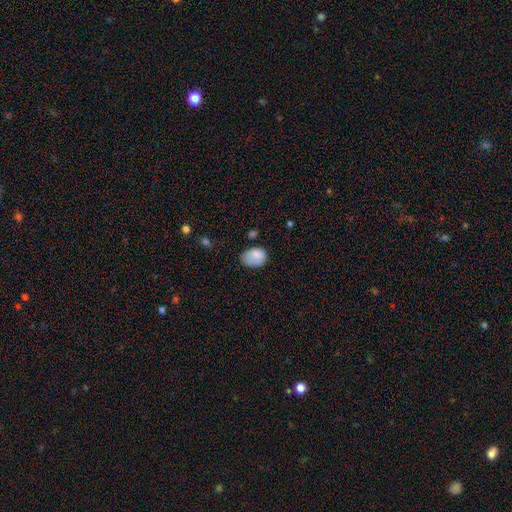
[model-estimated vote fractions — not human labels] Q: Smooth or featured?
A: smooth (83%); runner-up: featured or disk (9%)
Q: How rounded?
A: in between (76%); runner-up: round (23%)
Q: Merging?
A: none (51%); runner-up: minor disturbance (34%)